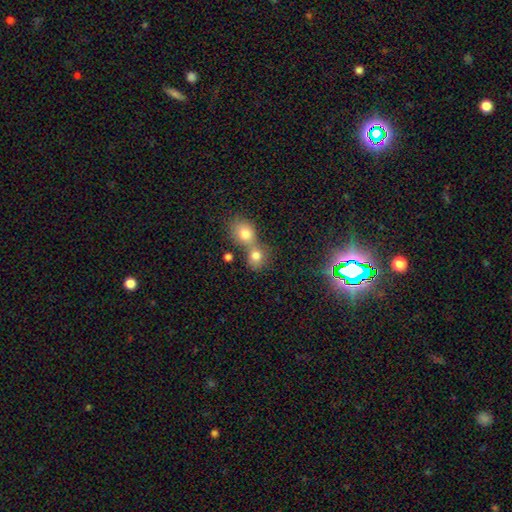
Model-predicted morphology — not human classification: A smooth galaxy with no disk features (78%) that is round (73%). Merging: merger (56%).